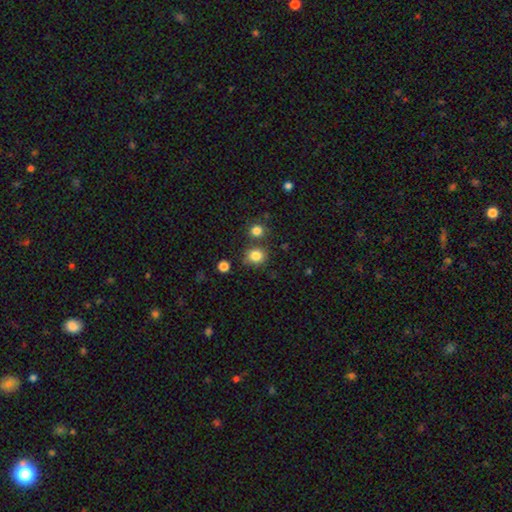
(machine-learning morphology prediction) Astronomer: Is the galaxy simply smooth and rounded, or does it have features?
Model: smooth — 83%.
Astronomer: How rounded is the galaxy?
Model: round — 81%.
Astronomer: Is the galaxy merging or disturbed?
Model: none — 73%.